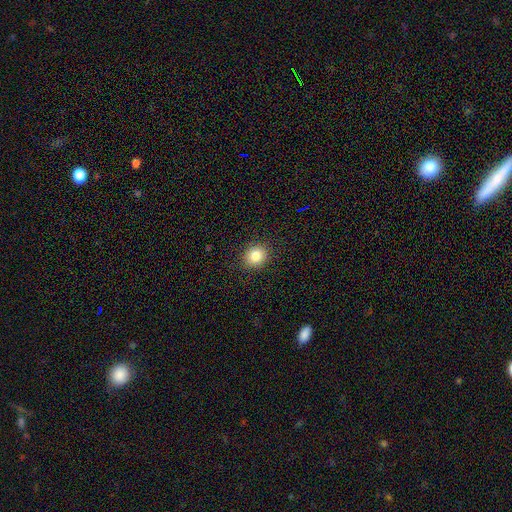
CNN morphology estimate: The model was most divided on "how rounded": round: 78%, in between: 21%, cigar-shaped: 1%. More confident: merging — none (90%); smooth or featured — smooth (83%).